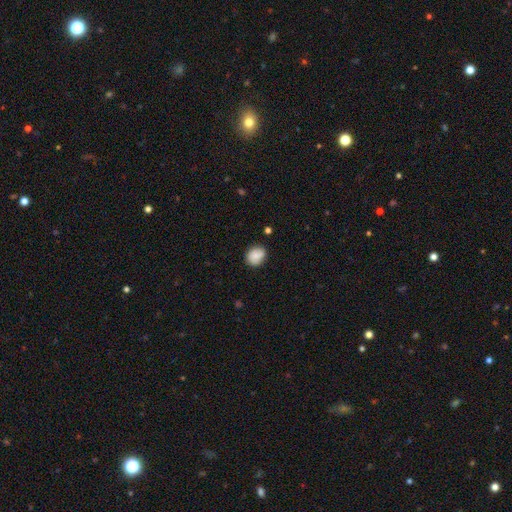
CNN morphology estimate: smooth 81%, featured or disk 11%, star or artifact 8%. Down the decision tree: how rounded — round (60%); merging — none (75%).